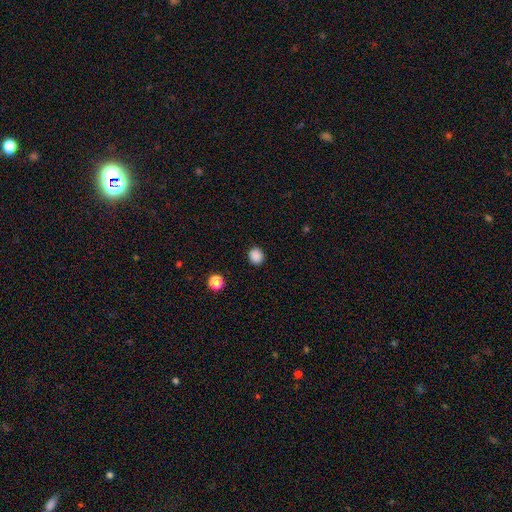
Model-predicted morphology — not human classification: Q: Smooth or featured?
A: smooth (87%); runner-up: star or artifact (11%)
Q: How rounded?
A: round (84%); runner-up: in between (15%)
Q: Merging?
A: none (91%); runner-up: minor disturbance (6%)